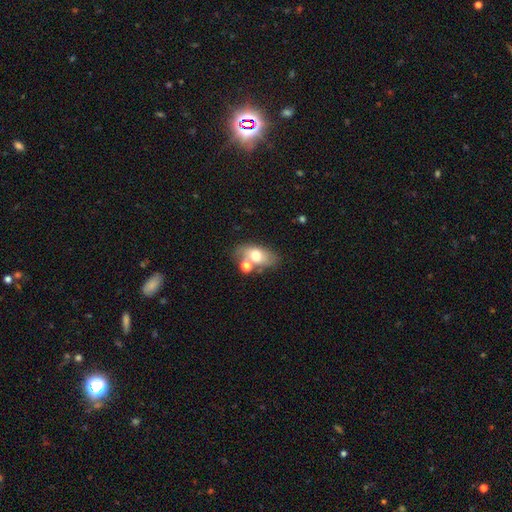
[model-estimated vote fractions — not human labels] The model was most divided on "merging": none: 53%, merger: 25%, minor disturbance: 16%, major disturbance: 6%. More confident: how rounded — in between (85%); smooth or featured — smooth (64%).